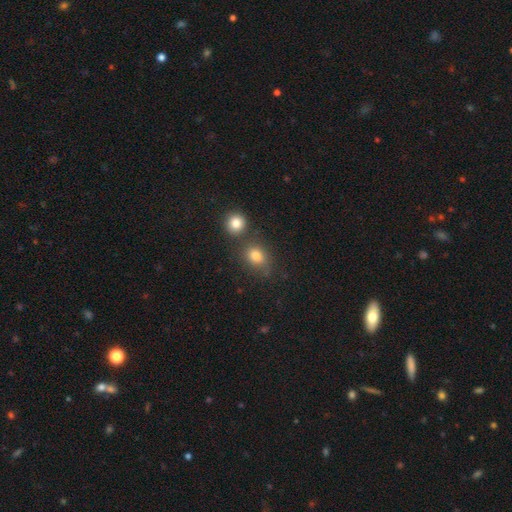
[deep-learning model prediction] smooth-or-featured: smooth: 80% | star or artifact: 13% | featured or disk: 8%
  how-rounded: round: 59% | in between: 40% | cigar-shaped: 1%
  merging: none: 62% | merger: 19% | minor disturbance: 14% | major disturbance: 5%